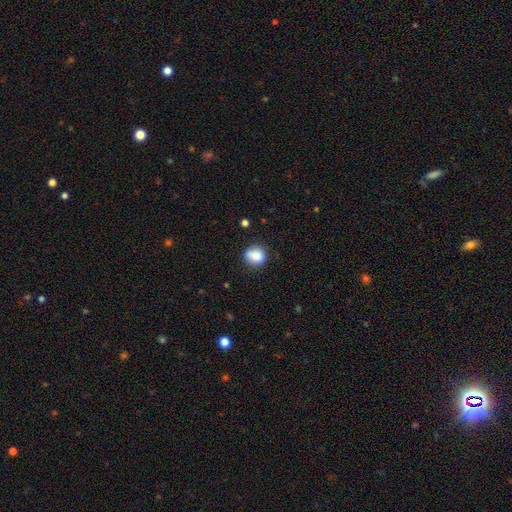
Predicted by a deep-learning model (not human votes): A smooth galaxy with no disk features (83%) that is round (77%). Merging: none (74%).